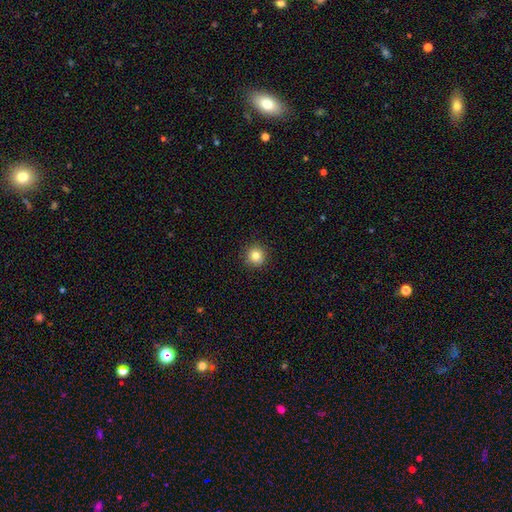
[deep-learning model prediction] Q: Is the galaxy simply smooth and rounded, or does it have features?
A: smooth — 83%.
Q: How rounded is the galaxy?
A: round — 95%.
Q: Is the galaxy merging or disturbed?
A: none — 92%.